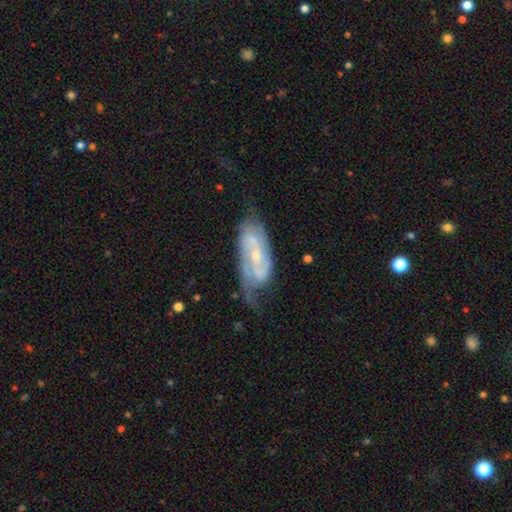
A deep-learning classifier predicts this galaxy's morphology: The model was most divided on "bar": no: 42%, weak: 40%, strong: 19%. Remaining: edge-on disk — no (92%); spiral arms — yes (91%); smooth or featured — featured or disk (82%); spiral arm count — 2 (73%); bulge size — small (62%); merging — none (58%); spiral winding — medium (42%).